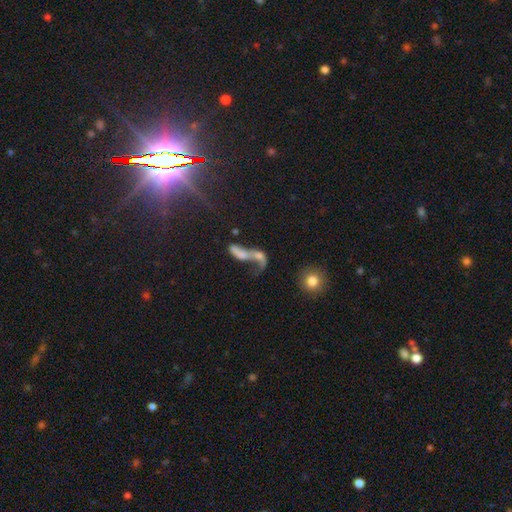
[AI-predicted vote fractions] A featured or disk galaxy (44%).

Vote fractions:
- Smooth or featured? featured or disk: 44% / smooth: 41% / star or artifact: 15%
- Merging? merger: 59% / major disturbance: 22% / none: 12% / minor disturbance: 7%